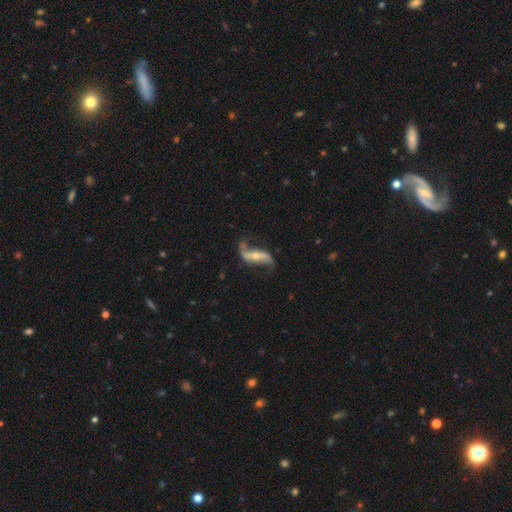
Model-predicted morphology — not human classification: type=featured or disk (82%); edge-on=no (86%); bar=strong (50%); spiral arms=yes (91%); winding=loose (87%); arm count=2 (91%); bulge=small (50%); merging=none (66%).